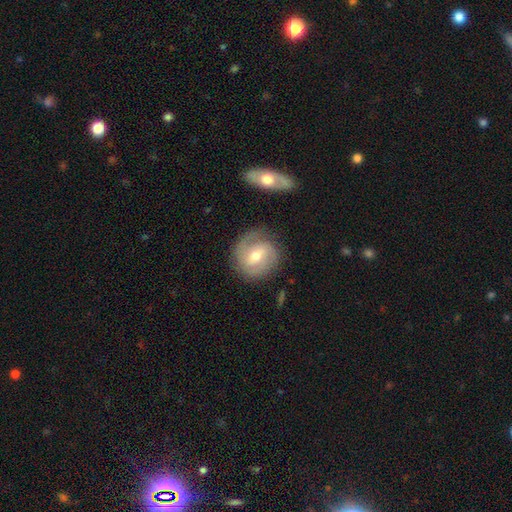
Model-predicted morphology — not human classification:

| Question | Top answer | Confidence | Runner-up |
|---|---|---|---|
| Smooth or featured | featured or disk | 73% | smooth (21%) |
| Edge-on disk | no | 96% | yes (4%) |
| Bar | weak | 51% | no (31%) |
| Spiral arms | yes | 90% | no (10%) |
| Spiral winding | tight | 49% | medium (37%) |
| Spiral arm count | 2 | 55% | can't tell (18%) |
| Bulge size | moderate | 65% | small (31%) |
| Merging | none | 73% | minor disturbance (17%) |